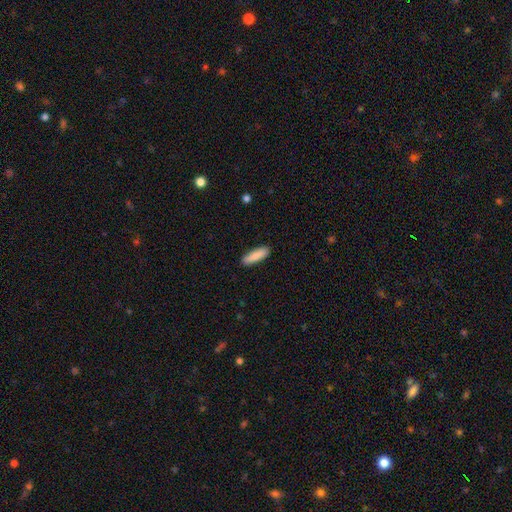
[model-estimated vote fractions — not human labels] A smooth galaxy with no disk features (85%) that is cigar-shaped (65%).

Vote fractions:
- Smooth or featured? smooth: 85% / featured or disk: 10% / star or artifact: 6%
- How rounded? cigar-shaped: 65% / in between: 34% / round: 2%
- Merging? none: 90% / minor disturbance: 7% / major disturbance: 2% / merger: 1%